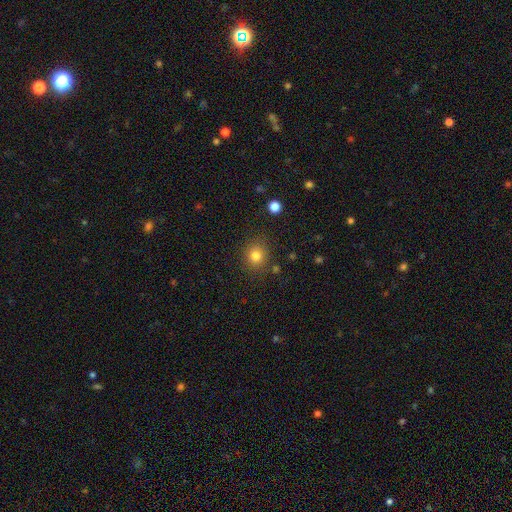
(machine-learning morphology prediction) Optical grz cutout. It shows a smooth galaxy with no disk features (82%) that is round (80%). Merging: none (84%).